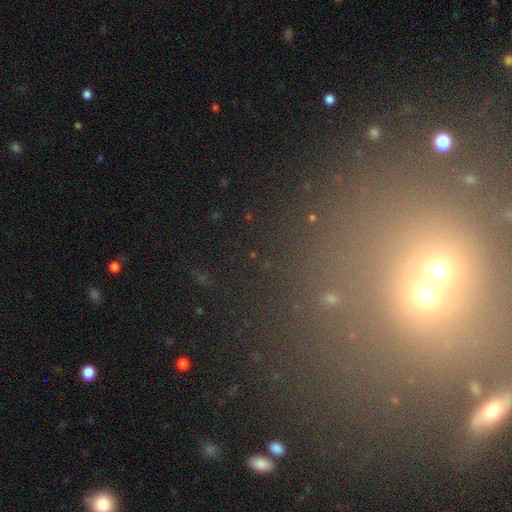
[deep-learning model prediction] Smooth or featured? Predicted: star or artifact (p=0.54).